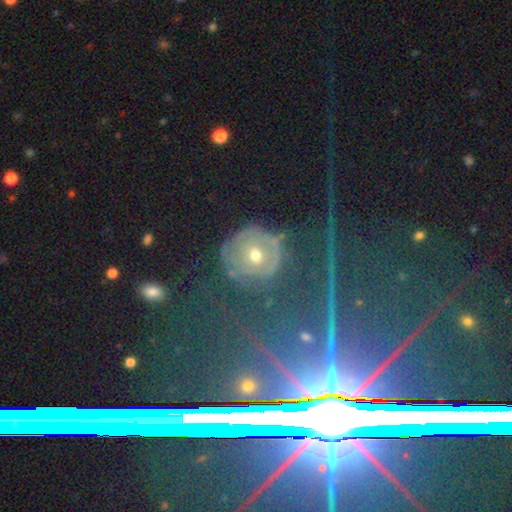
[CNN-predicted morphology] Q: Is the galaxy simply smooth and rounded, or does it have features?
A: featured or disk — 57%.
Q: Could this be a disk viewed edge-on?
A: no — 95%.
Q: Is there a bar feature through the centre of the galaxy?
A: no — 77%.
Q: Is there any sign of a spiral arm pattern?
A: yes — 59%.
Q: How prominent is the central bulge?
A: moderate — 67%.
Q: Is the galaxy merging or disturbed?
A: none — 69%.